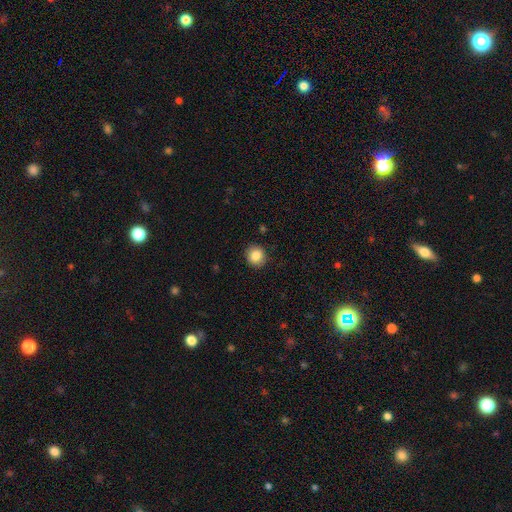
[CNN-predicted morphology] Q: Smooth or featured?
A: smooth (85%); runner-up: star or artifact (10%)
Q: How rounded?
A: round (87%); runner-up: in between (12%)
Q: Merging?
A: none (89%); runner-up: minor disturbance (8%)